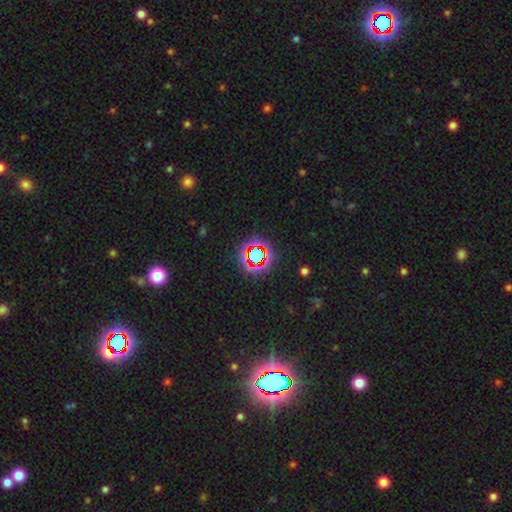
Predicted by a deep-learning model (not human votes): Smooth or featured?
  - star or artifact: 71% *
  - smooth: 18%
  - featured or disk: 11%